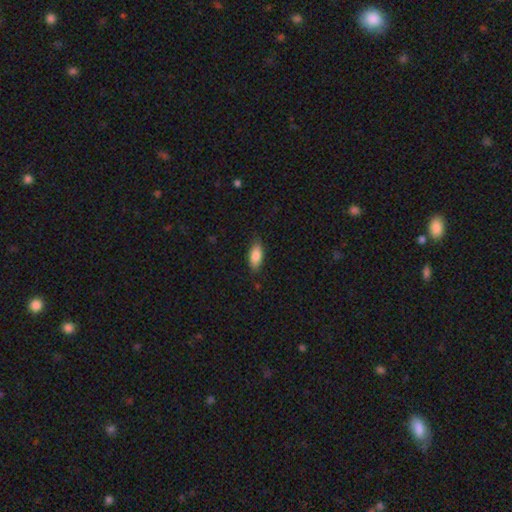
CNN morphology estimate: Smooth or featured?
  - smooth: 85% *
  - featured or disk: 9%
  - star or artifact: 7%
How rounded?
  - in between: 83% *
  - cigar-shaped: 15%
  - round: 2%
Merging?
  - none: 81% *
  - minor disturbance: 15%
  - major disturbance: 3%
  - merger: 1%